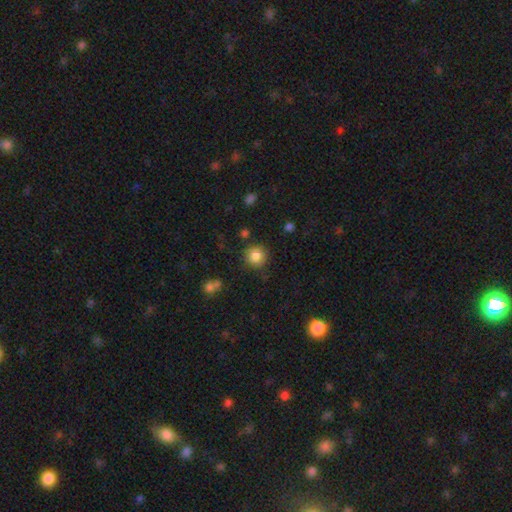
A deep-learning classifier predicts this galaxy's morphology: A smooth galaxy with no disk features (84%) that is round (92%). Merging: none (84%).